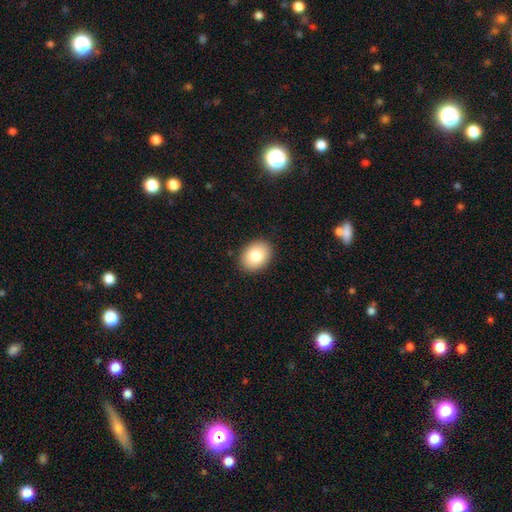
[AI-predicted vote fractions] A smooth galaxy with no disk features (83%) that is in between round and cigar-shaped (68%).

Vote fractions:
- Smooth or featured? smooth: 83% / featured or disk: 10% / star or artifact: 8%
- How rounded? in between: 68% / round: 32% / cigar-shaped: 1%
- Merging? none: 90% / minor disturbance: 7% / major disturbance: 2% / merger: 1%